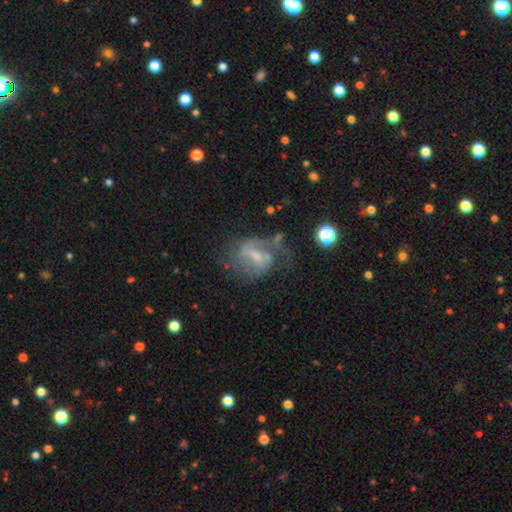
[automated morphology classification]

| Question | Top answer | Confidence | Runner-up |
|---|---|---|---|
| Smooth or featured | featured or disk | 73% | smooth (18%) |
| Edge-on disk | no | 97% | yes (3%) |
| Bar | weak | 56% | no (27%) |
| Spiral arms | yes | 80% | no (20%) |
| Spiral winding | medium | 46% | loose (28%) |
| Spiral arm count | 2 | 54% | can't tell (24%) |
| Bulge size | small | 45% | moderate (37%) |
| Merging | none | 44% | major disturbance (29%) |